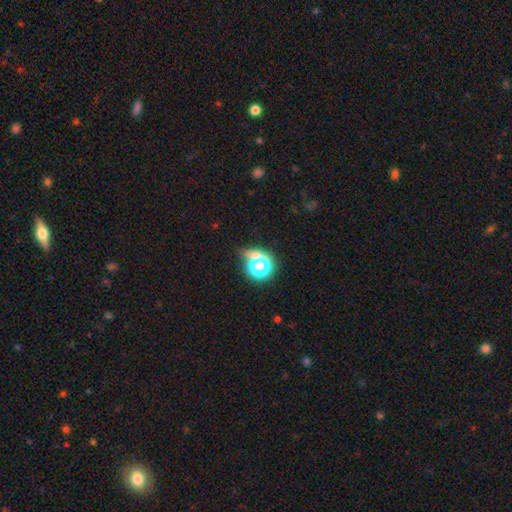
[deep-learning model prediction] A smooth galaxy with no disk features (52%) that is round (77%).

Vote fractions:
- Smooth or featured? smooth: 52% / star or artifact: 35% / featured or disk: 13%
- How rounded? round: 77% / in between: 20% / cigar-shaped: 2%
- Merging? none: 55% / merger: 16% / minor disturbance: 16% / major disturbance: 14%